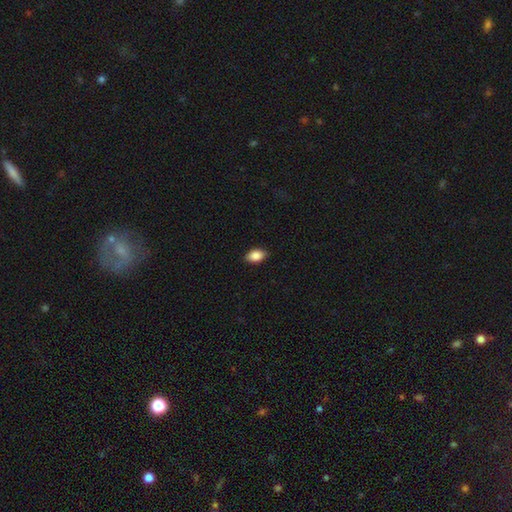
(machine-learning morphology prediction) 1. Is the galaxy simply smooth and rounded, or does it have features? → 86% smooth, 7% star or artifact, 6% featured or disk.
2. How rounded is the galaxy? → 89% in between, 8% round, 3% cigar-shaped.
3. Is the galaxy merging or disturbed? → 87% none, 10% minor disturbance, 2% major disturbance, 1% merger.